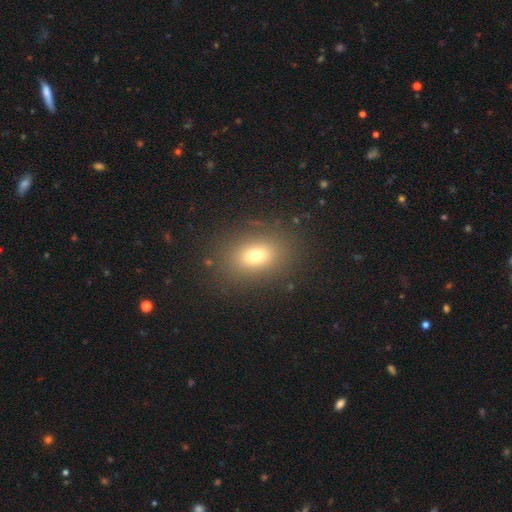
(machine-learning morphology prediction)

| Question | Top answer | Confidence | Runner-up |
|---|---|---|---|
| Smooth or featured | smooth | 72% | star or artifact (15%) |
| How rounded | in between | 67% | round (31%) |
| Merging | none | 85% | minor disturbance (9%) |